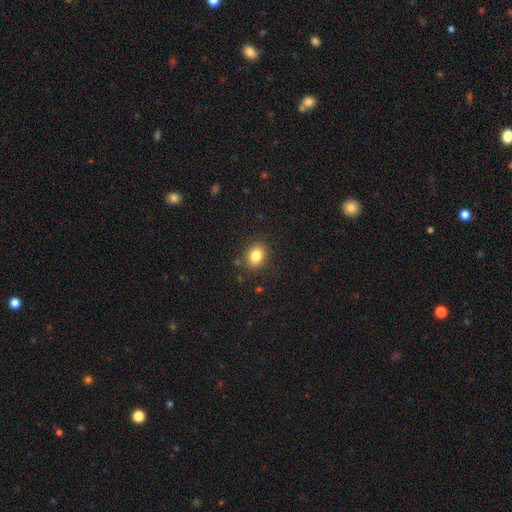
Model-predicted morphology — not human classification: The model was most divided on "how rounded": in between: 58%, round: 41%, cigar-shaped: 1%. More confident: merging — none (86%); smooth or featured — smooth (83%).